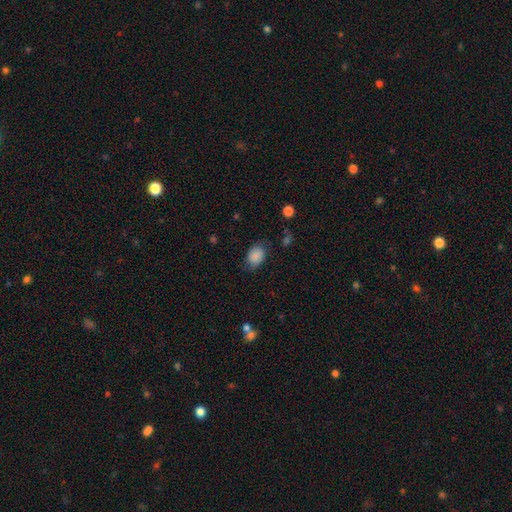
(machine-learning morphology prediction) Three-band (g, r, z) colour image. It shows a smooth galaxy with no disk features (87%) that is in between round and cigar-shaped (76%). Merging: none (72%).